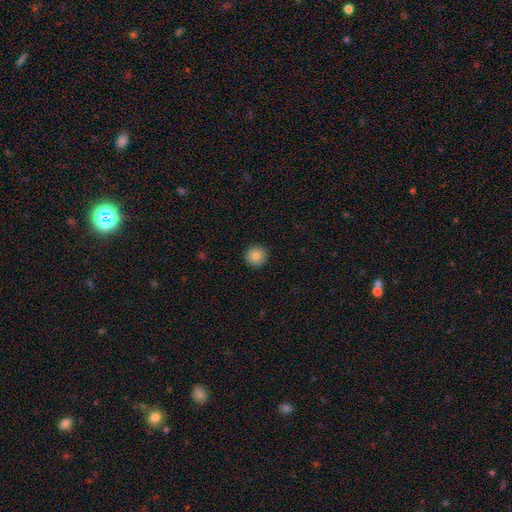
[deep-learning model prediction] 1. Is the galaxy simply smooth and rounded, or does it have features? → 83% smooth, 9% star or artifact, 8% featured or disk.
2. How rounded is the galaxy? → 95% round, 4% in between, 1% cigar-shaped.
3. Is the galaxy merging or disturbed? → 92% none, 5% minor disturbance, 2% major disturbance, 1% merger.